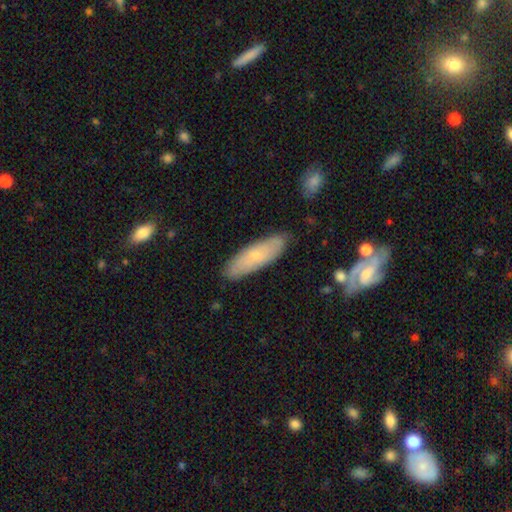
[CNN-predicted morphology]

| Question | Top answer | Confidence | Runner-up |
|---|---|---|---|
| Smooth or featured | smooth | 61% | featured or disk (32%) |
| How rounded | in between | 50% | cigar-shaped (48%) |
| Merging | none | 80% | minor disturbance (15%) |